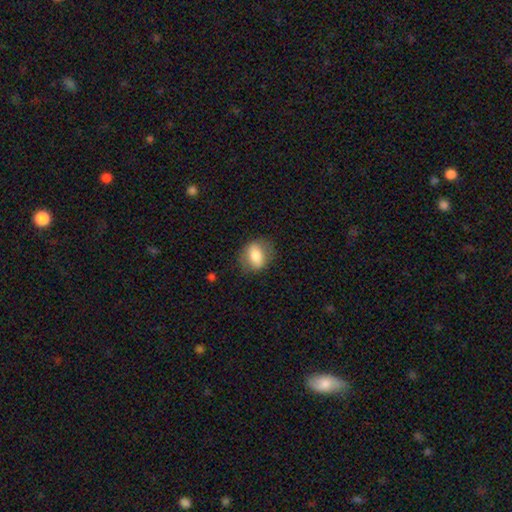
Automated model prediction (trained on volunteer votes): Smooth or featured?
  - smooth: 74% *
  - featured or disk: 18%
  - star or artifact: 7%
How rounded?
  - in between: 61% *
  - round: 37%
  - cigar-shaped: 2%
Merging?
  - none: 77% *
  - minor disturbance: 16%
  - major disturbance: 6%
  - merger: 1%